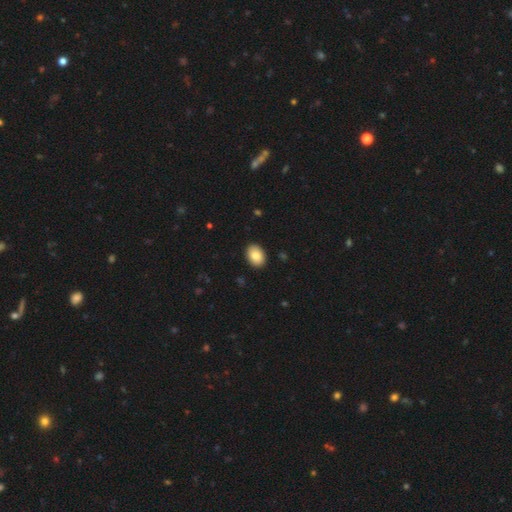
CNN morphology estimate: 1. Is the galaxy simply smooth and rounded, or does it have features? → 87% smooth, 7% star or artifact, 6% featured or disk.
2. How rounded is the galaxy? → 83% in between, 16% round, 1% cigar-shaped.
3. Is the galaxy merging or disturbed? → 90% none, 7% minor disturbance, 2% major disturbance, 1% merger.